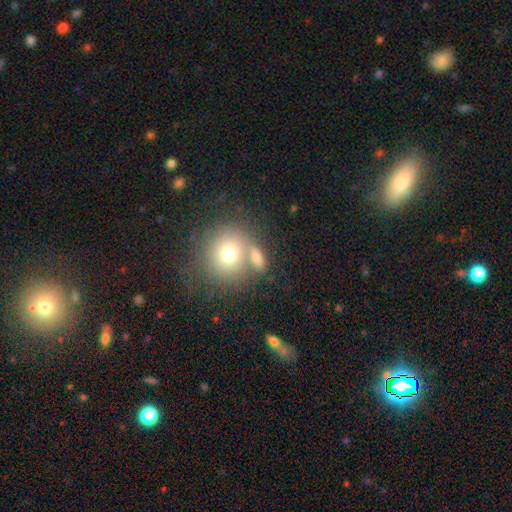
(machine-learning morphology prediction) smooth_or_featured: smooth (p=0.75) [alt: featured or disk p=0.14]
how_rounded: round (p=0.51) [alt: in between p=0.43]
merging: none (p=0.51) [alt: merger p=0.32]